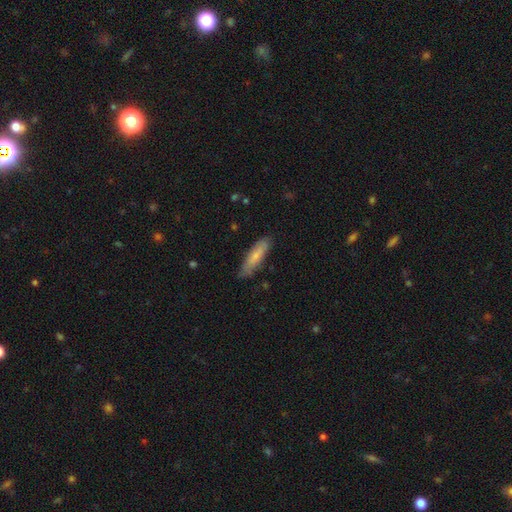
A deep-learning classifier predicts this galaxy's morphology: A smooth galaxy with no disk features (72%) that is cigar-shaped (68%). Merging: none (79%).